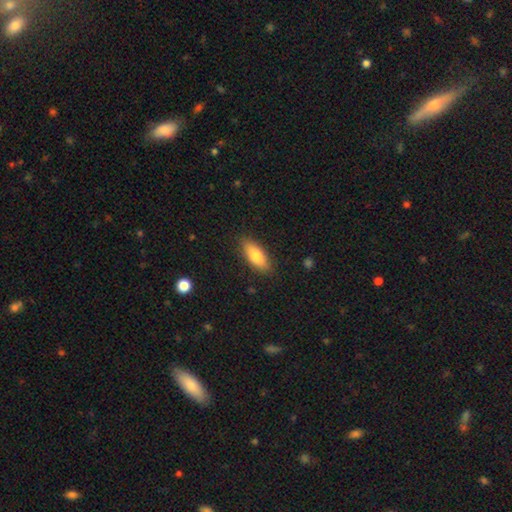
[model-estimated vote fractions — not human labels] smooth-or-featured: smooth: 76% | featured or disk: 17% | star or artifact: 6%
  how-rounded: in between: 72% | cigar-shaped: 25% | round: 2%
  merging: none: 86% | minor disturbance: 11% | major disturbance: 2% | merger: 1%